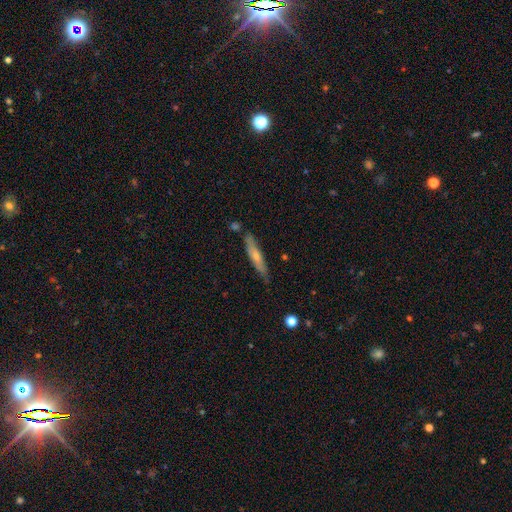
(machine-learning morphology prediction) smooth-or-featured: smooth: 49% | featured or disk: 45% | star or artifact: 6%
  merging: none: 78% | minor disturbance: 15% | merger: 4% | major disturbance: 3%